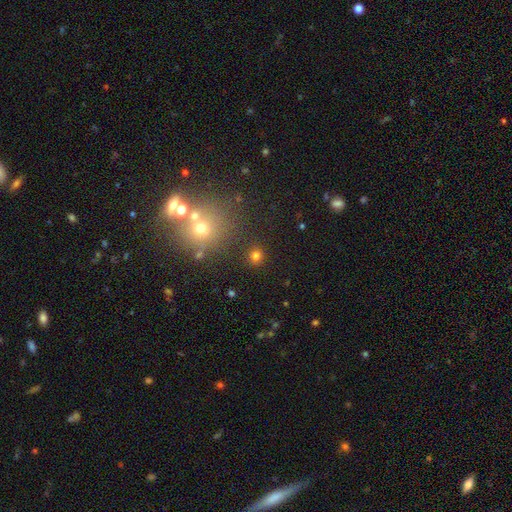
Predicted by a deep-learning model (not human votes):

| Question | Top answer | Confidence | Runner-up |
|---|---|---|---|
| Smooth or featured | smooth | 76% | star or artifact (18%) |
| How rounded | round | 90% | in between (9%) |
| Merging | none | 87% | minor disturbance (6%) |